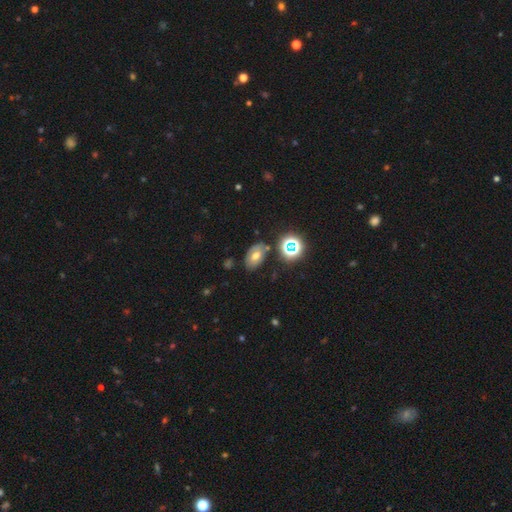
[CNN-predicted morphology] Smooth or featured? Predicted: smooth (p=0.55). How rounded? Predicted: in between (p=0.85). Merging? Predicted: none (p=0.74).